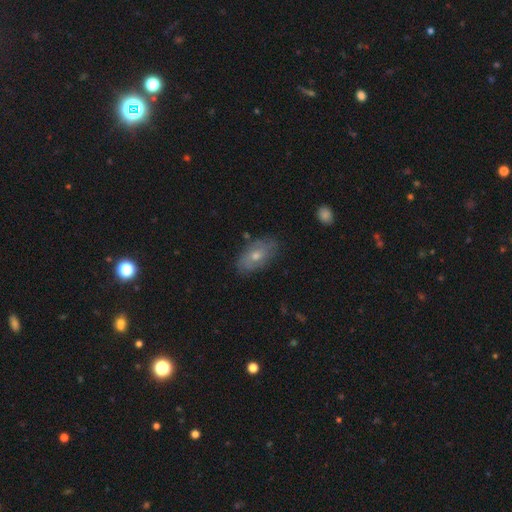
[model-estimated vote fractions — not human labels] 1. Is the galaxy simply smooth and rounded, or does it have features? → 47% smooth, 42% featured or disk, 11% star or artifact.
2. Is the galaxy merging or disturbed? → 79% none, 16% minor disturbance, 3% major disturbance, 2% merger.